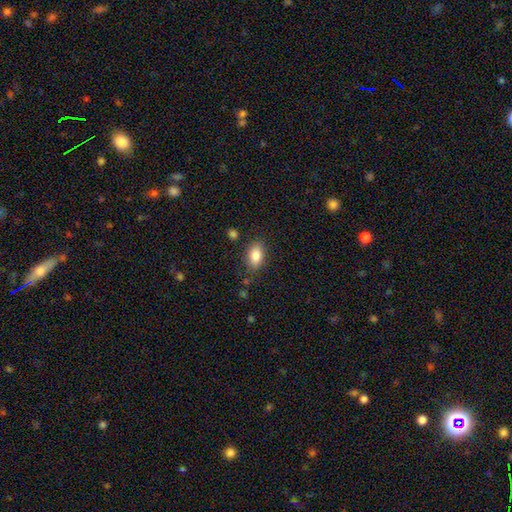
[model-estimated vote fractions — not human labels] The model was most divided on "merging": none: 81%, minor disturbance: 13%, major disturbance: 4%, merger: 3%. More confident: how rounded — in between (89%); smooth or featured — smooth (85%).